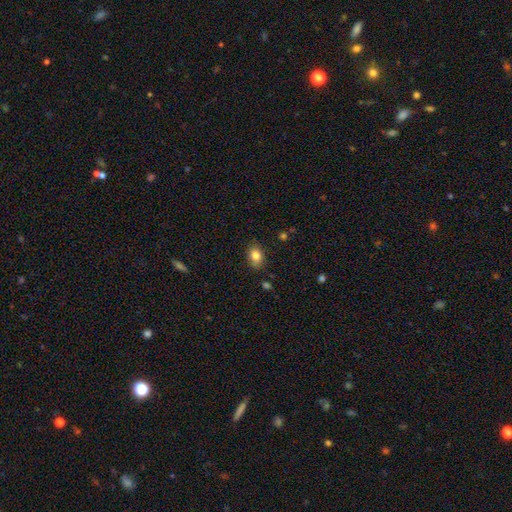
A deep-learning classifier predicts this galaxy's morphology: This appears to be a smooth galaxy with no disk features (82%) that is in between round and cigar-shaped (70%). Merging: none (81%).